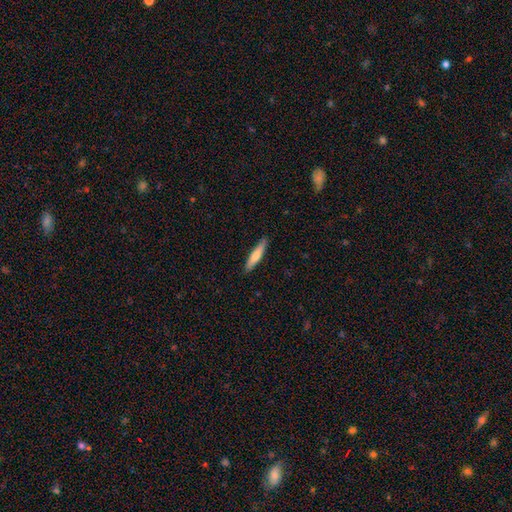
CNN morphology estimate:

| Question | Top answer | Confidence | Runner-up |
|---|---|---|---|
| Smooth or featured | smooth | 65% | featured or disk (30%) |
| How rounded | cigar-shaped | 86% | in between (13%) |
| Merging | none | 90% | minor disturbance (8%) |